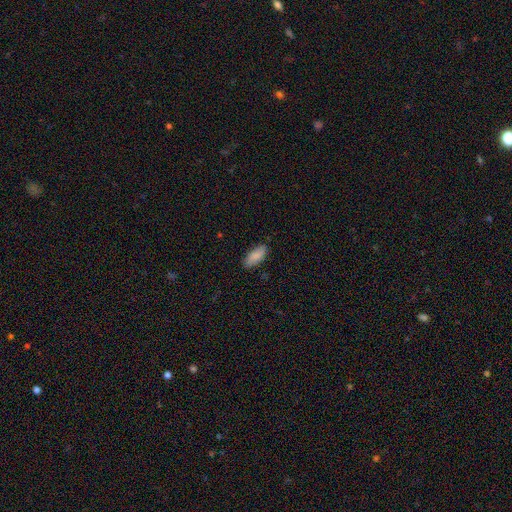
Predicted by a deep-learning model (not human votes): The model was most divided on "how rounded": in between: 80%, cigar-shaped: 18%, round: 2%. More confident: smooth or featured — smooth (86%); merging — none (83%).